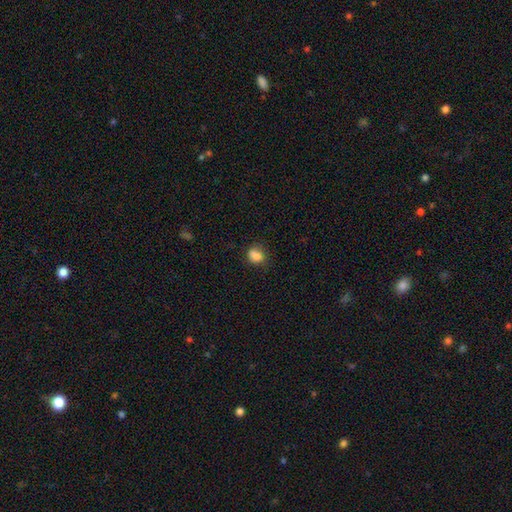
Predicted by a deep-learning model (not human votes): This appears to be a smooth galaxy with no disk features (81%) that is round (51%). Merging: none (53%).